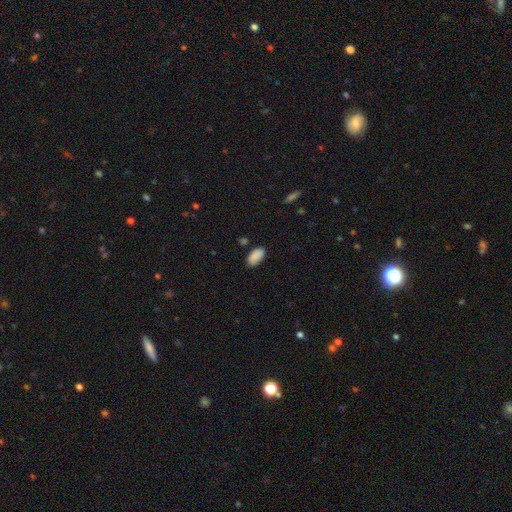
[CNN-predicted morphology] Smooth or featured? smooth (89%)
How rounded? in between (95%)
Merging? none (82%)